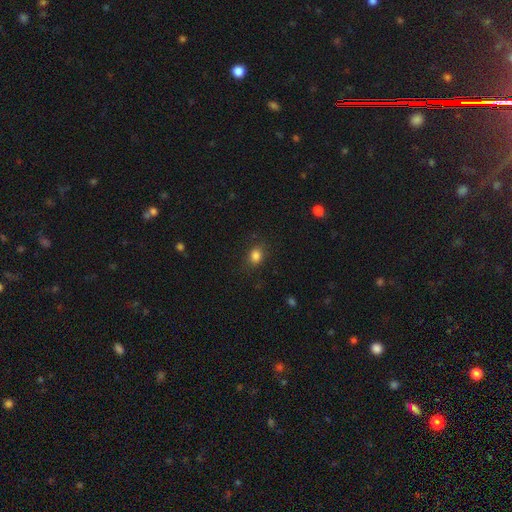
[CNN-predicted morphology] Smooth or featured? smooth (83%)
How rounded? in between (50%)
Merging? none (82%)